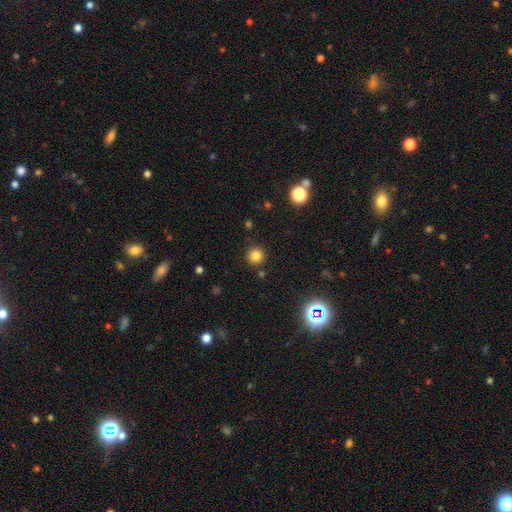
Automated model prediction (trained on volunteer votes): Morphology: type=smooth (81%); roundness=round (94%); merging=none (88%).